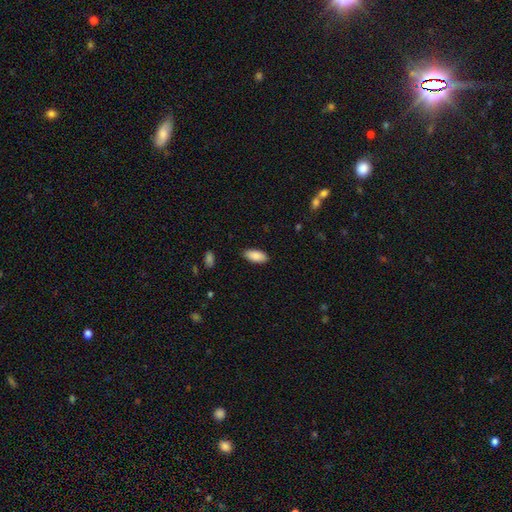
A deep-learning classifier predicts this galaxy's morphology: This is clearly a smooth galaxy (89%). How rounded: clearly in between (90%). Merging: clearly none (88%).